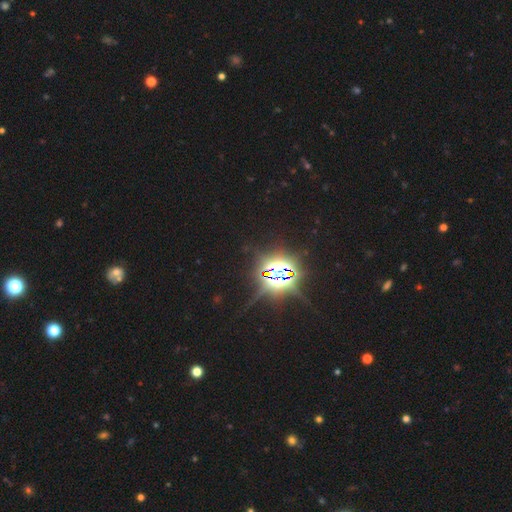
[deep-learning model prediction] Overall: star or artifact (85%).